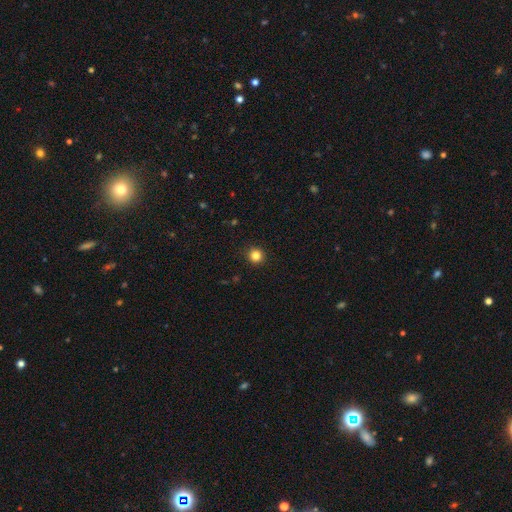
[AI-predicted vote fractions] Smooth or featured? smooth (83%)
How rounded? round (94%)
Merging? none (93%)